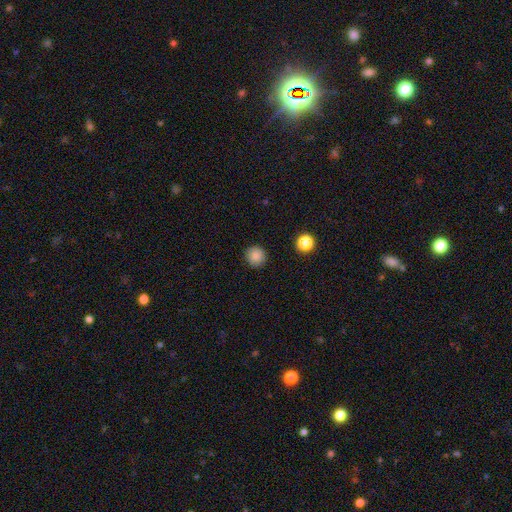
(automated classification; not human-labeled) A smooth galaxy with no disk features (86%) that is round (94%).

Vote fractions:
- Smooth or featured? smooth: 86% / star or artifact: 10% / featured or disk: 4%
- How rounded? round: 94% / in between: 5% / cigar-shaped: 1%
- Merging? none: 91% / minor disturbance: 6% / major disturbance: 2% / merger: 1%